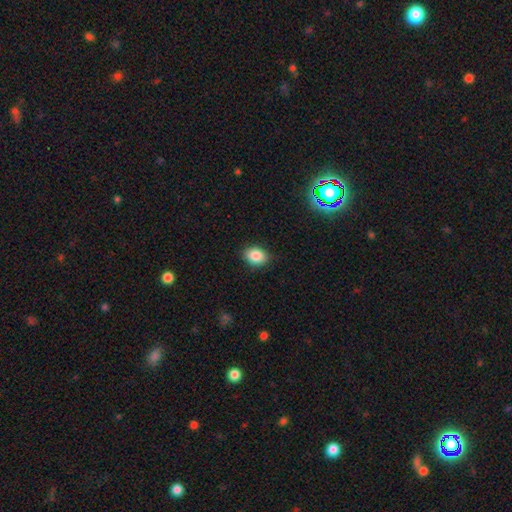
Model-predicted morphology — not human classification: Q: Smooth or featured?
A: smooth (86%); runner-up: star or artifact (9%)
Q: How rounded?
A: in between (68%); runner-up: round (31%)
Q: Merging?
A: none (85%); runner-up: minor disturbance (12%)